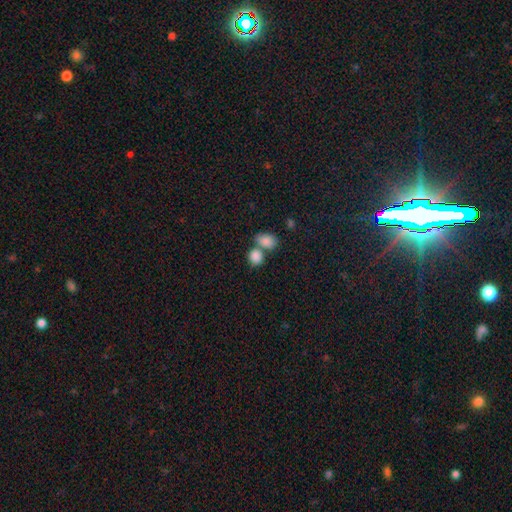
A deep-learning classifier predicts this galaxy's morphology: A smooth galaxy with no disk features (86%) that is in between round and cigar-shaped (52%).

Vote fractions:
- Smooth or featured? smooth: 86% / star or artifact: 8% / featured or disk: 6%
- How rounded? in between: 52% / round: 47% / cigar-shaped: 1%
- Merging? merger: 50% / none: 37% / minor disturbance: 9% / major disturbance: 4%